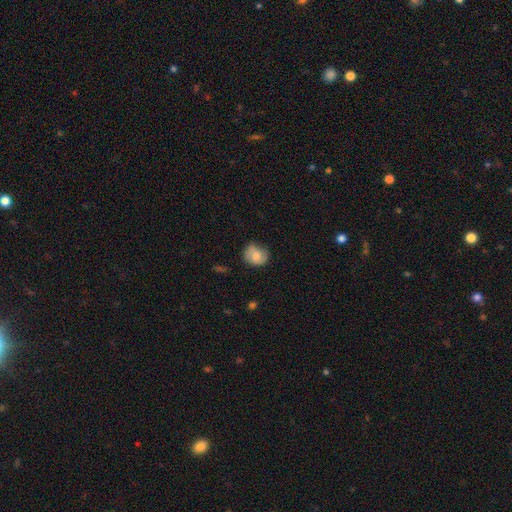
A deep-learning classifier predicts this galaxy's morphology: Overall: smooth (71%). How rounded: round (64%; in between 35%). Merging: none (66%; minor disturbance 26%).